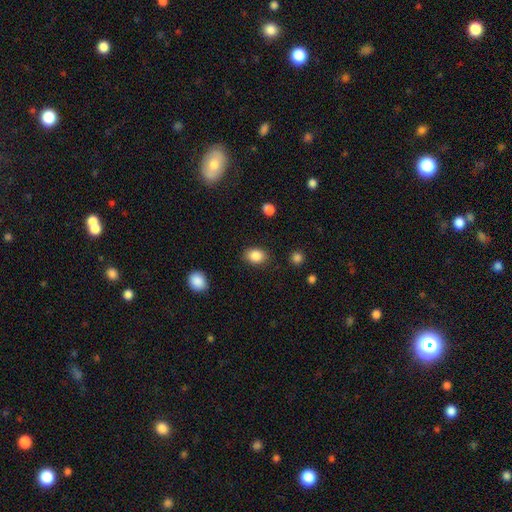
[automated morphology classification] A smooth galaxy with no disk features (87%) that is in between round and cigar-shaped (65%). Merging: none (84%).